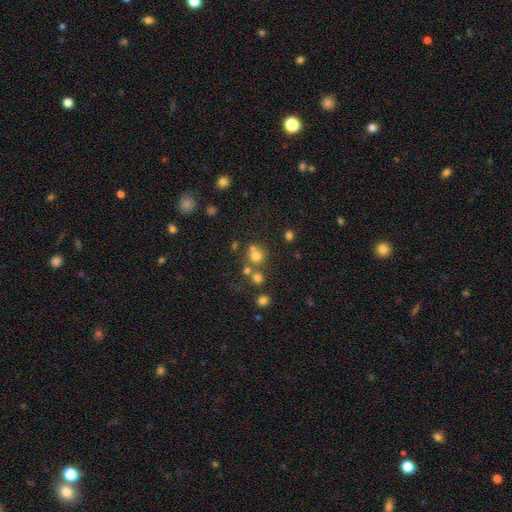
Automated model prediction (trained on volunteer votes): smooth_or_featured: smooth (p=0.69) [alt: star or artifact p=0.20]
how_rounded: round (p=0.87) [alt: in between p=0.12]
merging: none (p=0.57) [alt: merger p=0.30]